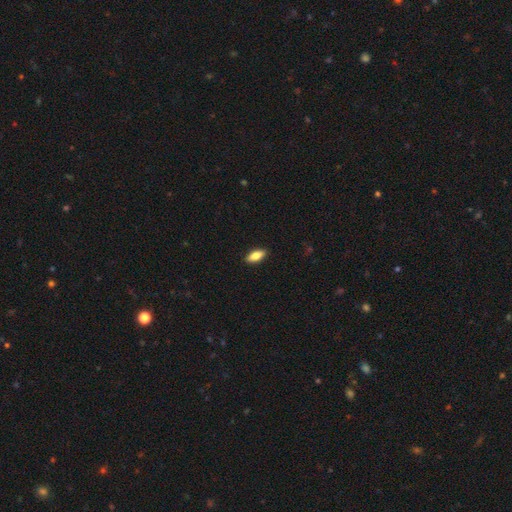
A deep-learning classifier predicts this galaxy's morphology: The model was most divided on "how rounded": in between: 79%, cigar-shaped: 19%, round: 3%. More confident: merging — none (90%); smooth or featured — smooth (77%).